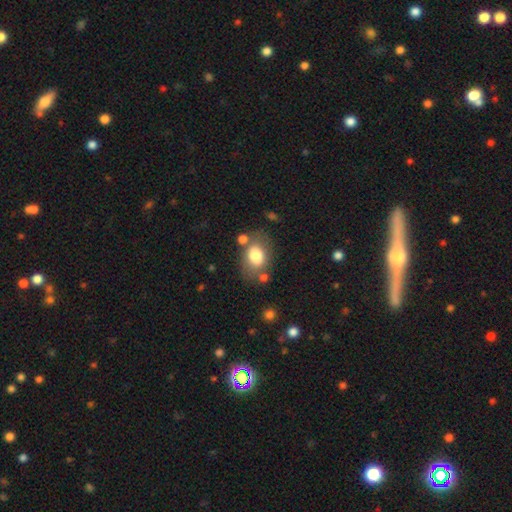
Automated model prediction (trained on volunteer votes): Morphology: type=smooth (76%); roundness=in between (69%); merging=none (66%).